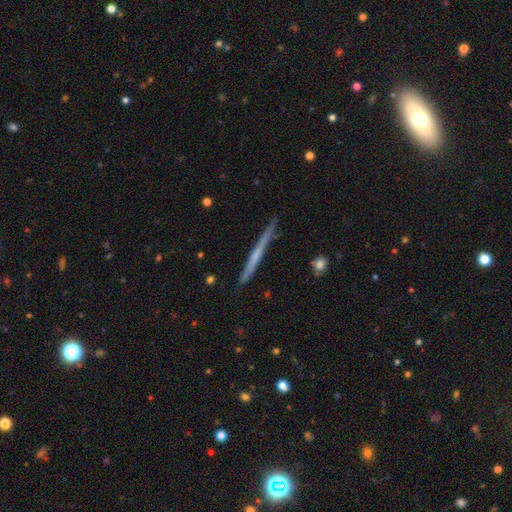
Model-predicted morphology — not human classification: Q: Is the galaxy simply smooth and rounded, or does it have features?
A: featured or disk — 61%.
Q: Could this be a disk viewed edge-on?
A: yes — 97%.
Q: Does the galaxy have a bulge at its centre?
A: none — 72%.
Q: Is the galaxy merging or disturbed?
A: none — 88%.